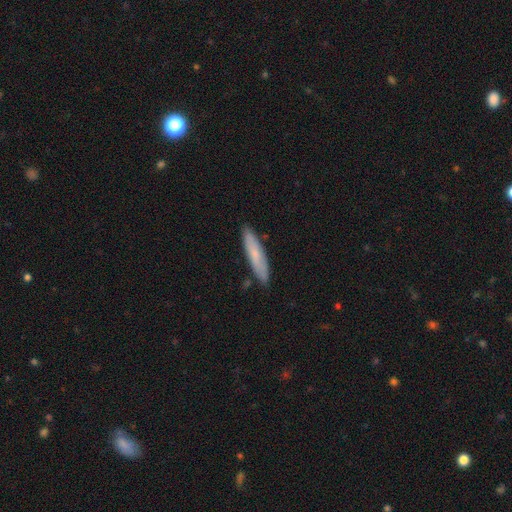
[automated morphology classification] smooth_or_featured: smooth (p=0.71) [alt: featured or disk p=0.23]
how_rounded: cigar-shaped (p=0.83) [alt: in between p=0.16]
merging: none (p=0.84) [alt: minor disturbance p=0.12]